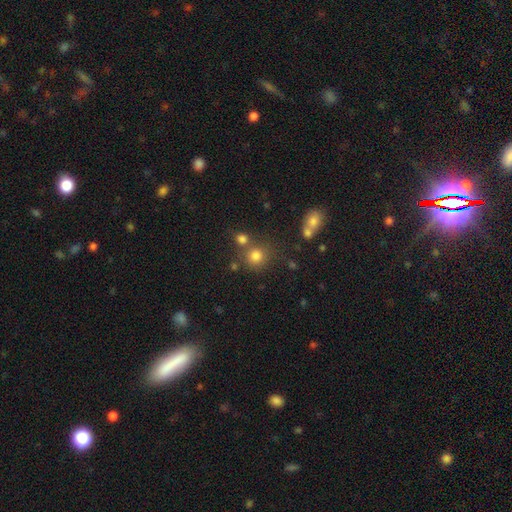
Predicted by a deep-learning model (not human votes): Q: Smooth or featured?
A: smooth (77%); runner-up: star or artifact (15%)
Q: How rounded?
A: round (89%); runner-up: in between (10%)
Q: Merging?
A: none (68%); runner-up: merger (18%)